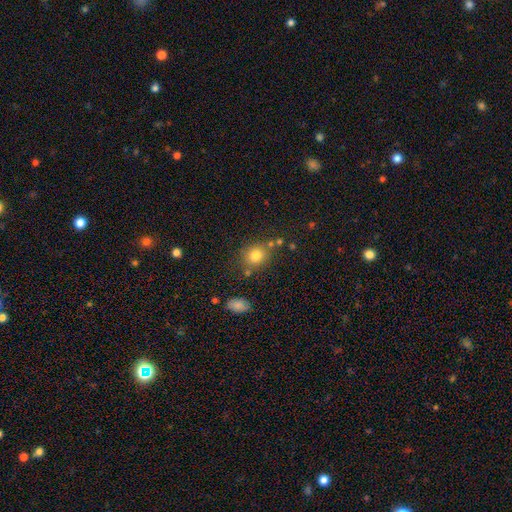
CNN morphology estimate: Overall: smooth (79%). How rounded: round (76%). Merging: none (73%).